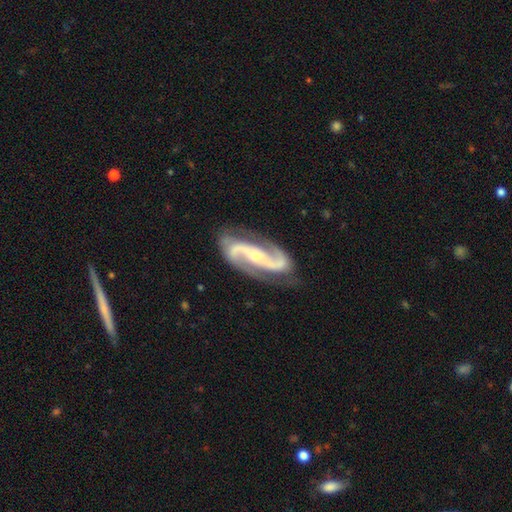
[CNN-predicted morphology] A featured or disk galaxy (93%) with a strong bar (38%), 2 (94%) medium (54%) spiral arms (98%) and a small central bulge (58%).

Vote fractions:
- Smooth or featured? featured or disk: 93% / star or artifact: 4% / smooth: 3%
- Edge-on disk? no: 96% / yes: 4%
- Bar? strong: 38% / no: 34% / weak: 28%
- Spiral arms? yes: 98% / no: 2%
- Spiral winding? medium: 54% / loose: 28% / tight: 18%
- Spiral arm count? 2: 94% / can't tell: 1% / 3: 1% / 1: 1% / 4: 1% / more than 4: 1%
- Bulge size? small: 58% / moderate: 38% / large: 2% / none: 2% / dominant: 1%
- Merging? none: 80% / minor disturbance: 14% / major disturbance: 4% / merger: 1%